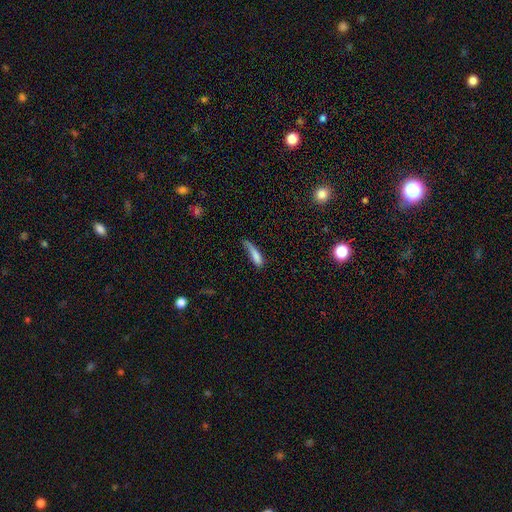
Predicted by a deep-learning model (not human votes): Smooth or featured? smooth (74%)
How rounded? cigar-shaped (68%)
Merging? none (34%)